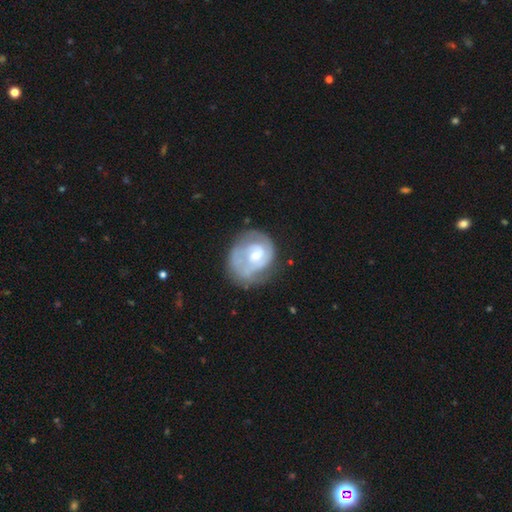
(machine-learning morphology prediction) This appears to be a featured or disk galaxy (74%) with no bar (52%), 2 (40%) tight (54%) spiral arms (87%) and a moderate central bulge (46%). Merging: none (53%).